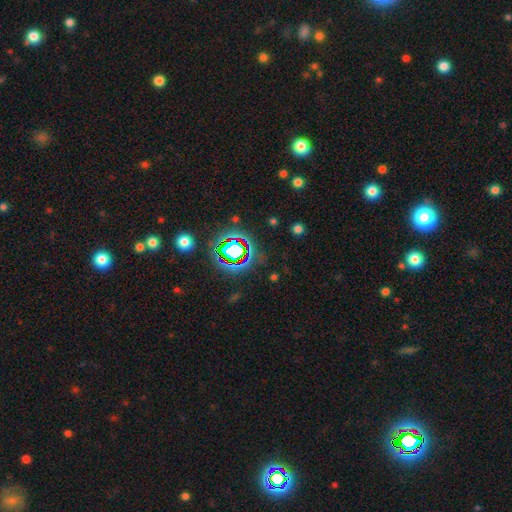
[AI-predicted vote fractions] smooth_or_featured: star or artifact (p=0.76) [alt: smooth p=0.13]